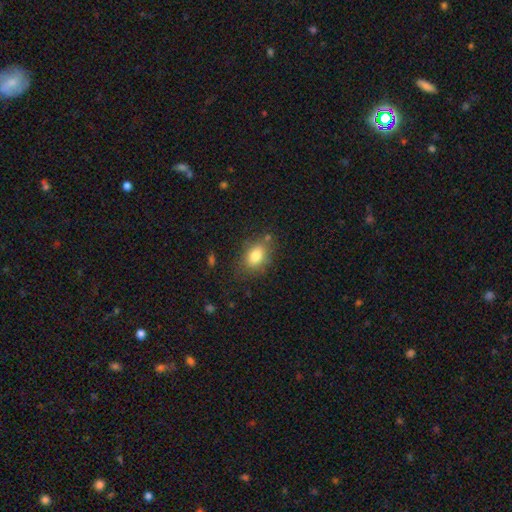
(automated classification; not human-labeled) Morphology: type=smooth (81%); roundness=in between (77%); merging=none (74%).